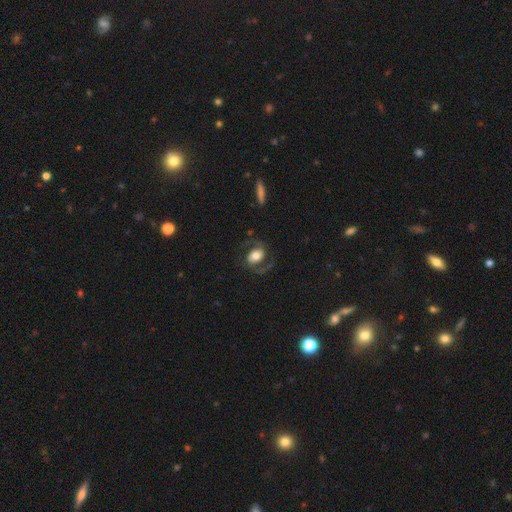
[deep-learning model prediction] Smooth or featured? Predicted: featured or disk (p=0.72). Edge-on disk? Predicted: no (p=0.97). Bar? Predicted: no (p=0.46). Spiral arms? Predicted: yes (p=0.91). Spiral winding? Predicted: medium (p=0.52). Spiral arm count? Predicted: 2 (p=0.91). Bulge size? Predicted: moderate (p=0.50). Merging? Predicted: none (p=0.73).